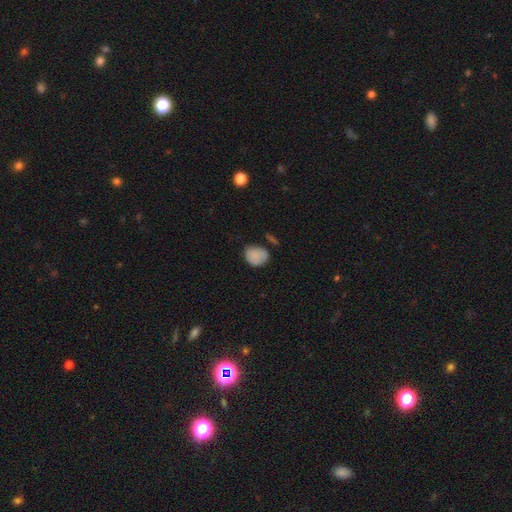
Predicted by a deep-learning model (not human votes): This is clearly a smooth galaxy (84%). How rounded: possibly round (55%). Merging: likely none (62%).